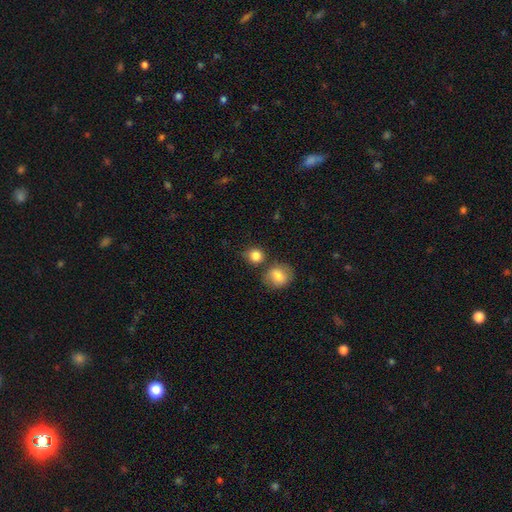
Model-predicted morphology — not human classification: This is clearly a smooth galaxy (84%). How rounded: clearly round (84%). Merging: likely none (68%).